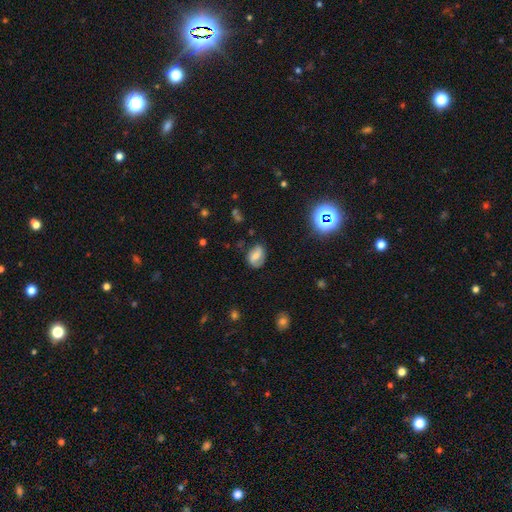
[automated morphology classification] Smooth or featured? Predicted: smooth (p=0.48). Merging? Predicted: none (p=0.69).